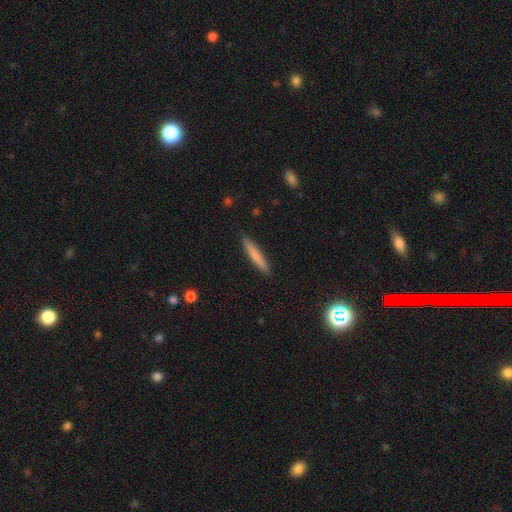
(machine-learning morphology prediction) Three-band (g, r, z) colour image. It shows a smooth galaxy with no disk features (73%) that is cigar-shaped (94%). Merging: none (91%).